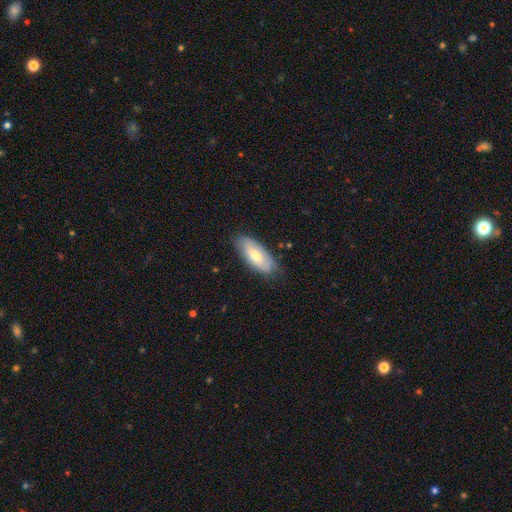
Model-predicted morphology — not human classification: This appears to be a smooth galaxy with no disk features (64%) that is in between round and cigar-shaped (83%). Merging: none (79%).